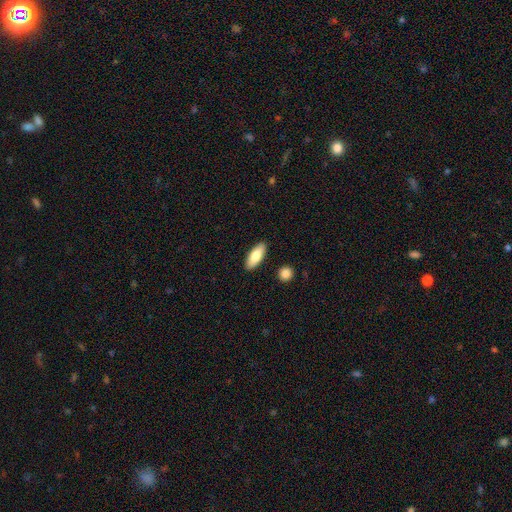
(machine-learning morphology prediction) Q: Smooth or featured?
A: smooth (76%); runner-up: featured or disk (19%)
Q: How rounded?
A: in between (73%); runner-up: cigar-shaped (25%)
Q: Merging?
A: none (89%); runner-up: minor disturbance (7%)